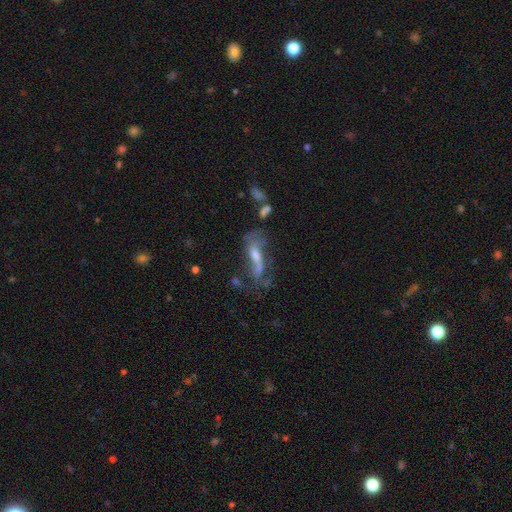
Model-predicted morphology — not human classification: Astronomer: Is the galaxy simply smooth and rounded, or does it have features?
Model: featured or disk — 59%.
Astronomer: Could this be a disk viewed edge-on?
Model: no — 77%.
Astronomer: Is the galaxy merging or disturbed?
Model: none — 36% (runner-up: major disturbance, 31%).